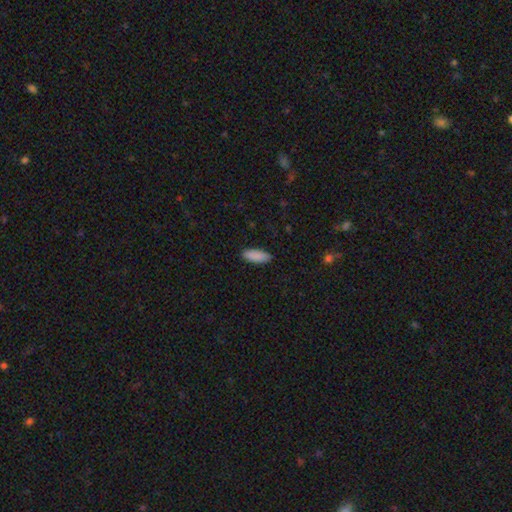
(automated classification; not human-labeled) Morphology: type=smooth (90%); roundness=in between (72%); merging=none (89%).